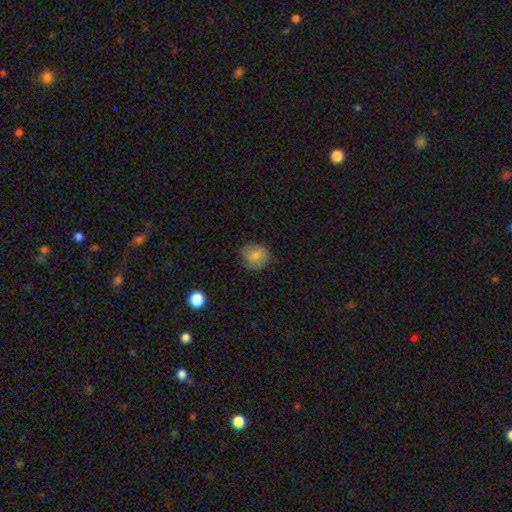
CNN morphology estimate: A smooth galaxy with no disk features (75%) that is round (80%). Merging: none (78%).